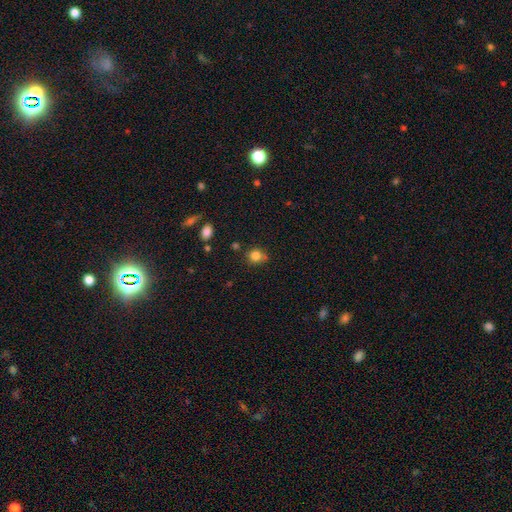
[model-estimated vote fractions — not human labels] Q: Smooth or featured?
A: smooth (82%); runner-up: star or artifact (12%)
Q: How rounded?
A: round (80%); runner-up: in between (19%)
Q: Merging?
A: none (66%); runner-up: minor disturbance (20%)